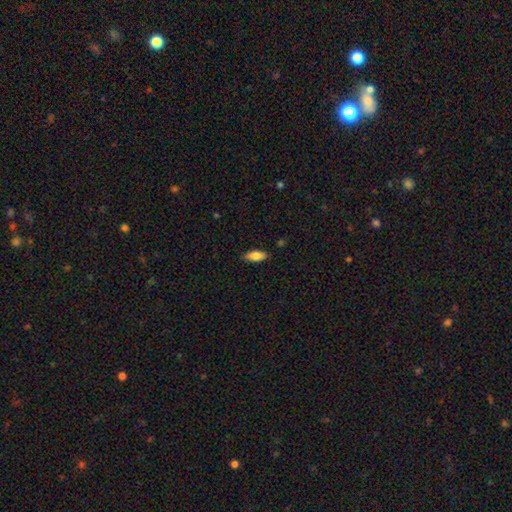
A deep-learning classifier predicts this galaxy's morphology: A smooth galaxy with no disk features (84%) that is in between round and cigar-shaped (83%).

Vote fractions:
- Smooth or featured? smooth: 84% / featured or disk: 10% / star or artifact: 7%
- How rounded? in between: 83% / cigar-shaped: 15% / round: 2%
- Merging? none: 85% / minor disturbance: 11% / major disturbance: 2% / merger: 1%